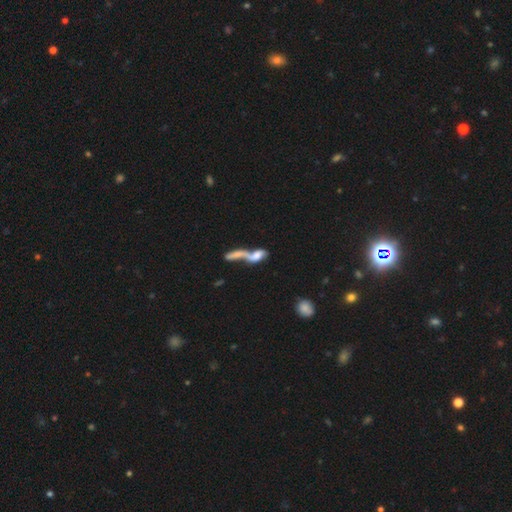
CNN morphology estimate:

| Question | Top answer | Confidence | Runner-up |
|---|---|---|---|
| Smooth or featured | smooth | 51% | featured or disk (38%) |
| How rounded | in between | 60% | cigar-shaped (33%) |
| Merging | merger | 75% | major disturbance (10%) |